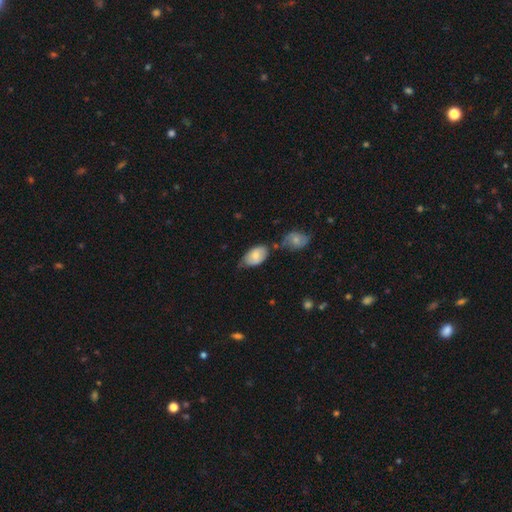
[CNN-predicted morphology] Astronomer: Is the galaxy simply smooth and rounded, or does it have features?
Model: smooth — 73%.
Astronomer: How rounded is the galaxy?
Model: in between — 93%.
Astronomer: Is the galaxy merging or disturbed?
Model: none — 50% (runner-up: minor disturbance, 31%).